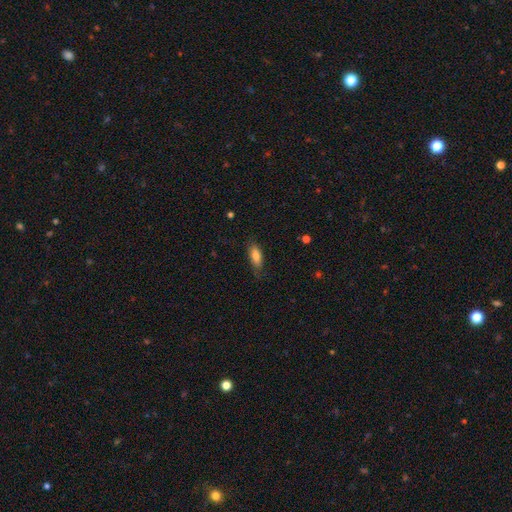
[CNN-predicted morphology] This appears to be a smooth galaxy with no disk features (80%) that is in between round and cigar-shaped (75%). Merging: none (75%).